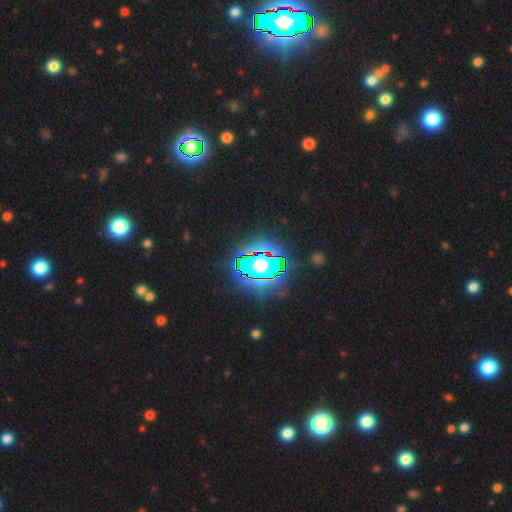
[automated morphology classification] This appears to be a star or artifact, not a galaxy (82%).